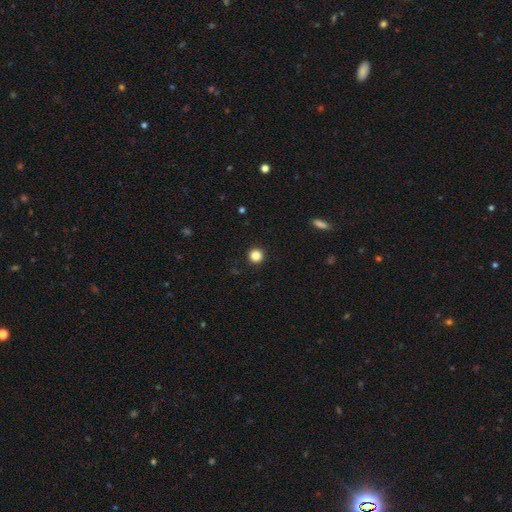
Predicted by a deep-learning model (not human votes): The model was most divided on "smooth or featured": smooth: 84%, star or artifact: 12%, featured or disk: 4%. More confident: how rounded — round (96%); merging — none (93%).